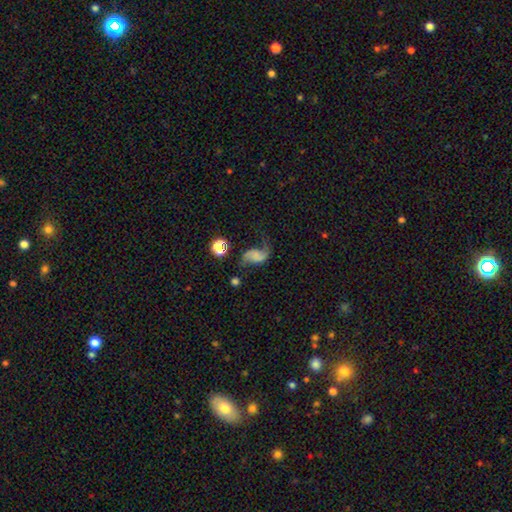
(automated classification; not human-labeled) Overall: featured or disk (66%). Edge-on disk: no (97%). Bar: no (60%; weak 30%). Spiral arms: yes (91%). Spiral arm count: 2 (86%). Spiral winding: loose (85%). Bulge size: none (63%). Merging: none (51%; minor disturbance 22%).